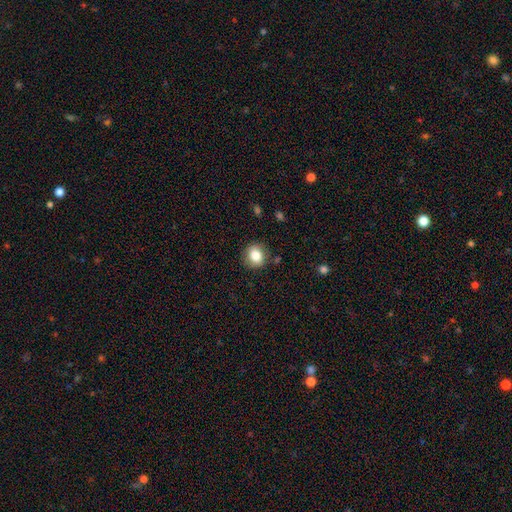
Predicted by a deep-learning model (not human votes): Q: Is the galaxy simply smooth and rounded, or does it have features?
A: smooth — 82%.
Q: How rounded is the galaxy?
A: round — 80%.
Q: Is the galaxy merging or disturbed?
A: none — 85%.